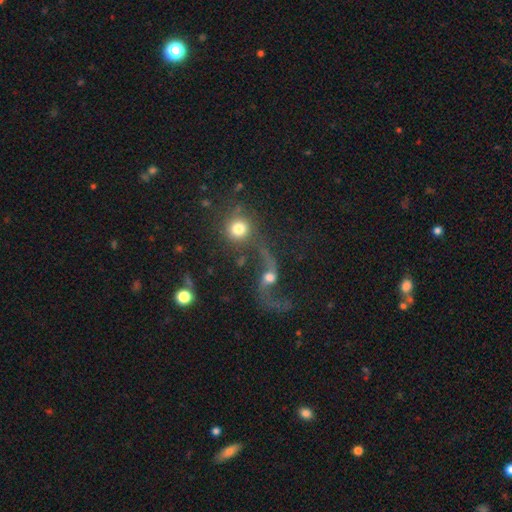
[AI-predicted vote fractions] A featured or disk galaxy (40%). Merging: merger (45%).